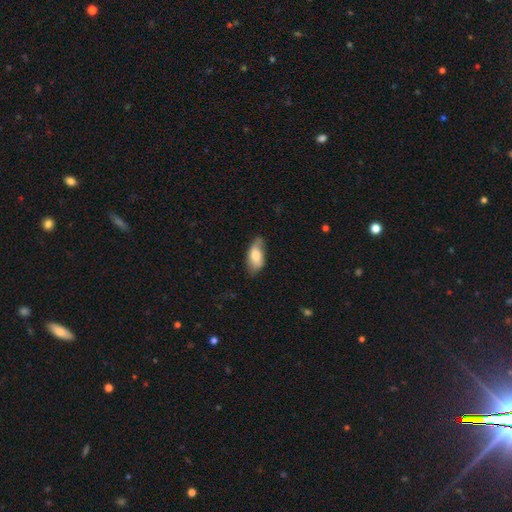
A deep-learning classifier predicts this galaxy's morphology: The model was most divided on "merging": none: 58%, minor disturbance: 32%, major disturbance: 8%, merger: 2%. More confident: how rounded — in between (89%); smooth or featured — smooth (69%).